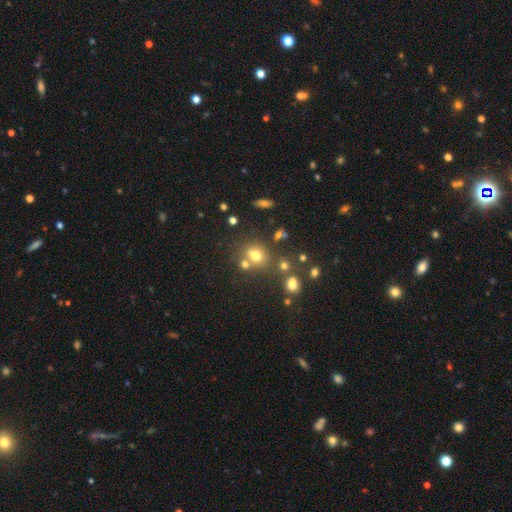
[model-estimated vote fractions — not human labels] A smooth galaxy with no disk features (67%) that is round (67%).

Vote fractions:
- Smooth or featured? smooth: 67% / star or artifact: 19% / featured or disk: 14%
- How rounded? round: 67% / in between: 32% / cigar-shaped: 1%
- Merging? none: 55% / merger: 27% / minor disturbance: 13% / major disturbance: 6%